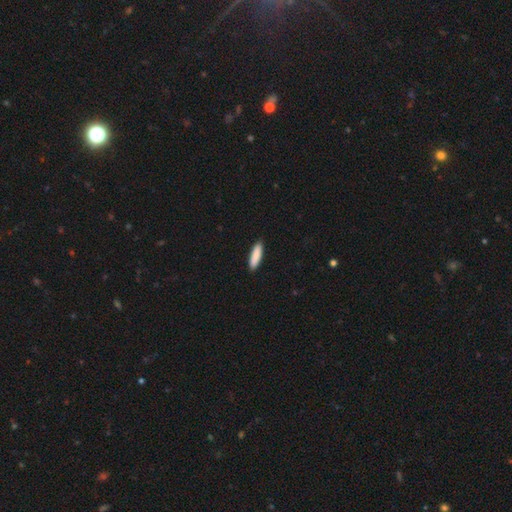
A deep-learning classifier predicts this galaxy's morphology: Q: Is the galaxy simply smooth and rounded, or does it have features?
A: smooth — 88%.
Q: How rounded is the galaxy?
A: cigar-shaped — 69%.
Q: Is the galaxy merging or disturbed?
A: none — 91%.